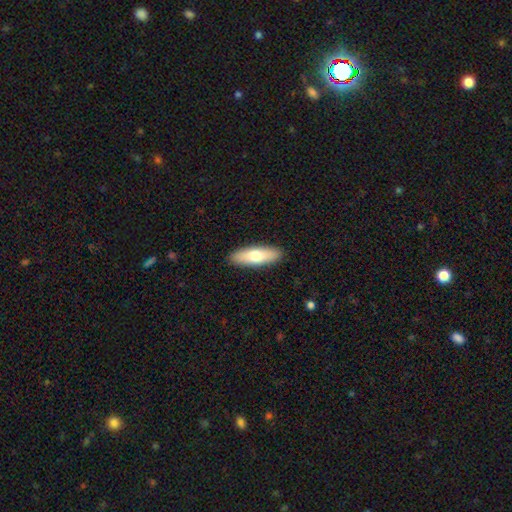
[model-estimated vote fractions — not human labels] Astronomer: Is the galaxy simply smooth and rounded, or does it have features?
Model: smooth — 69%.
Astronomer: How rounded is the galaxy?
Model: in between — 50% (runner-up: cigar-shaped, 48%).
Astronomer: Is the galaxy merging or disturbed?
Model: none — 90%.